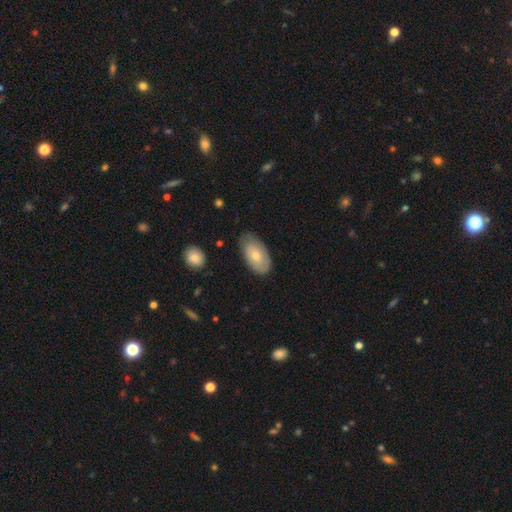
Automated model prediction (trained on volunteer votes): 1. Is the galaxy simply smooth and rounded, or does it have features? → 65% smooth, 29% featured or disk, 6% star or artifact.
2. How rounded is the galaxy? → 94% in between, 4% round, 2% cigar-shaped.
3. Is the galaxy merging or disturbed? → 71% none, 23% minor disturbance, 5% major disturbance, 2% merger.